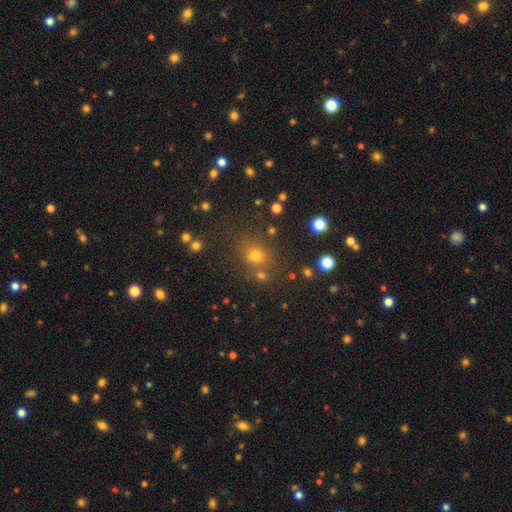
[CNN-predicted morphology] The model was most divided on "smooth or featured": smooth: 65%, star or artifact: 27%, featured or disk: 9%. More confident: how rounded — round (77%); merging — none (73%).